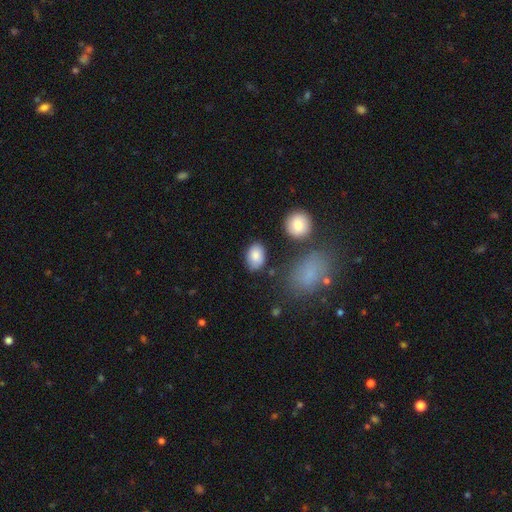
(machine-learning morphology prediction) Smooth or featured?
  - smooth: 83% *
  - featured or disk: 9%
  - star or artifact: 8%
How rounded?
  - in between: 84% *
  - round: 15%
  - cigar-shaped: 1%
Merging?
  - none: 76% *
  - minor disturbance: 15%
  - major disturbance: 4%
  - merger: 4%